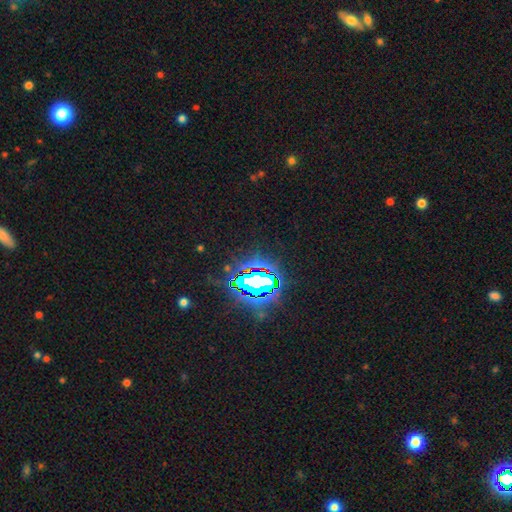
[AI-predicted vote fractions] Morphology: type=star or artifact (82%).